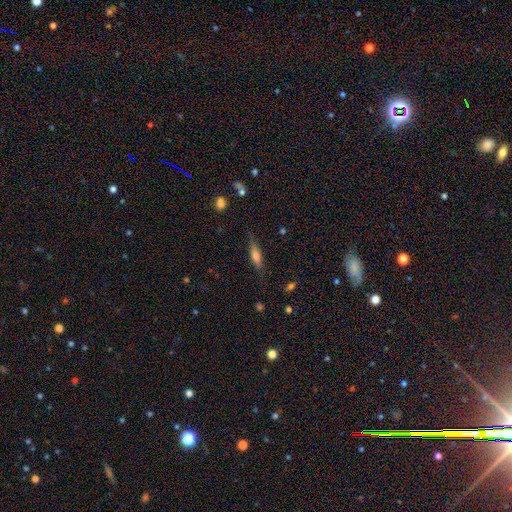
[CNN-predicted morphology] Smooth or featured? Predicted: smooth (p=0.51). How rounded? Predicted: cigar-shaped (p=0.75). Merging? Predicted: none (p=0.78).